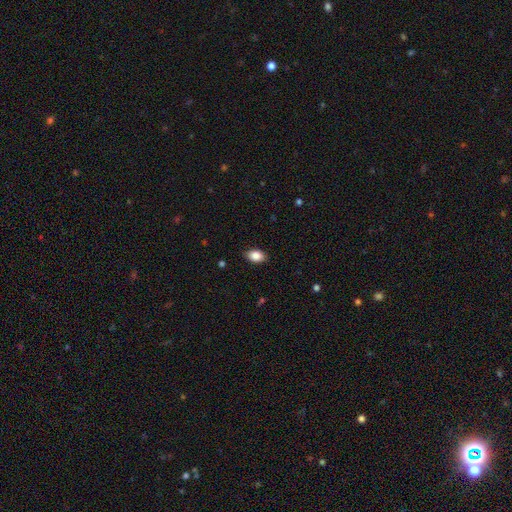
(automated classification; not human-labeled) Smooth or featured? smooth (87%)
How rounded? in between (86%)
Merging? none (86%)